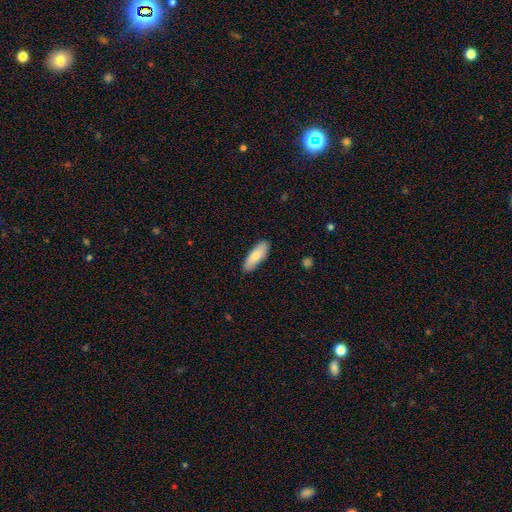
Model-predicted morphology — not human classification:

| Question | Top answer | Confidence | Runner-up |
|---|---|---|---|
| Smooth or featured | smooth | 81% | featured or disk (13%) |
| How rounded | in between | 66% | cigar-shaped (32%) |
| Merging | none | 87% | minor disturbance (10%) |